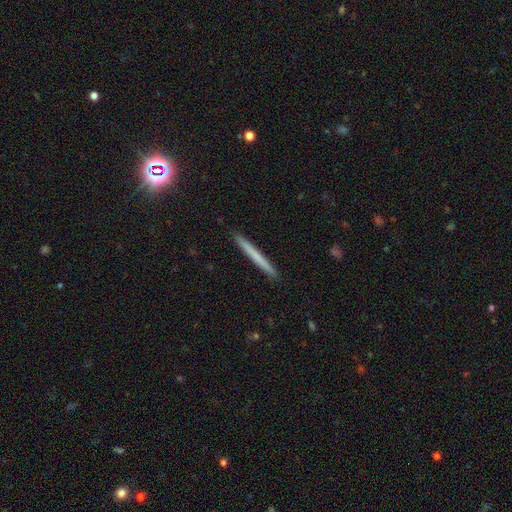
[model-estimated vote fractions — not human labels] A smooth galaxy with no disk features (64%) that is cigar-shaped (97%).

Vote fractions:
- Smooth or featured? smooth: 64% / featured or disk: 30% / star or artifact: 6%
- How rounded? cigar-shaped: 97% / in between: 1% / round: 1%
- Merging? none: 93% / minor disturbance: 5% / major disturbance: 1% / merger: 1%